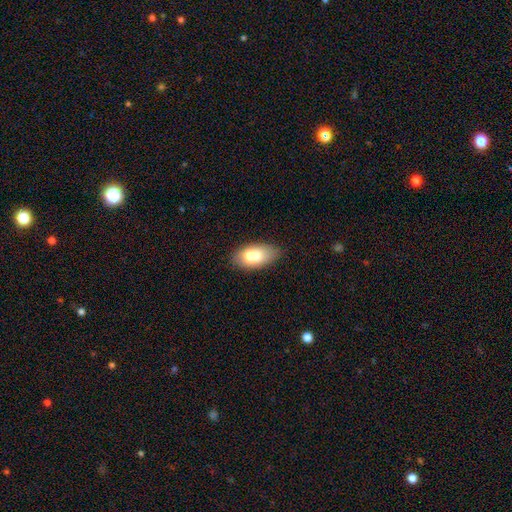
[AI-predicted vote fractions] Overall: smooth (65%; featured or disk 27%). How rounded: in between (89%). Merging: none (52%; merger 30%).